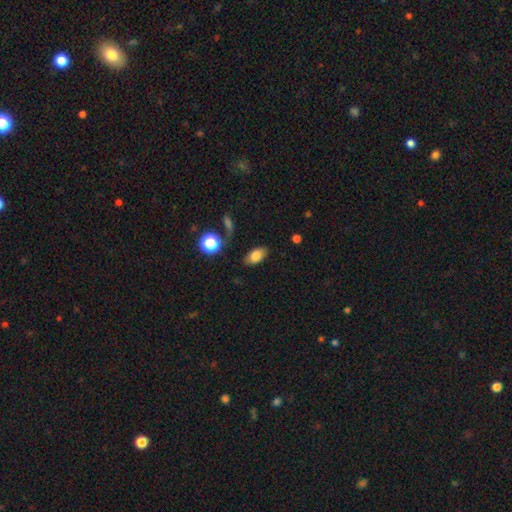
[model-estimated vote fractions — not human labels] Smooth or featured?
  - smooth: 79% *
  - featured or disk: 12%
  - star or artifact: 9%
How rounded?
  - in between: 91% *
  - round: 6%
  - cigar-shaped: 3%
Merging?
  - none: 81% *
  - minor disturbance: 12%
  - major disturbance: 4%
  - merger: 3%